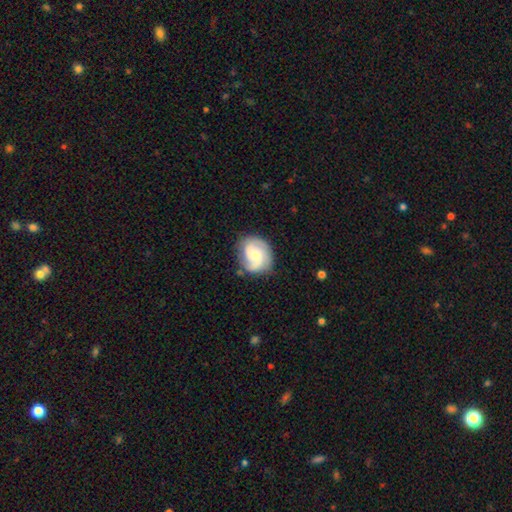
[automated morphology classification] The model was most divided on "spiral winding": medium: 46%, tight: 39%, loose: 15%. More confident: edge-on disk — no (98%); spiral arms — yes (96%); merging — none (76%); smooth or featured — featured or disk (73%); bar — no (64%); spiral arm count — 2 (54%); bulge size — small (51%).